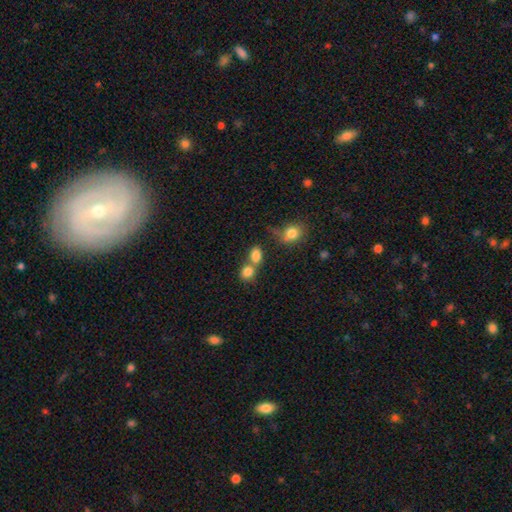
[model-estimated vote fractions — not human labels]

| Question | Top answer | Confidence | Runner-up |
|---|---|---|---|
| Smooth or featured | smooth | 82% | star or artifact (11%) |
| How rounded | in between | 61% | round (37%) |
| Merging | merger | 47% | none (40%) |